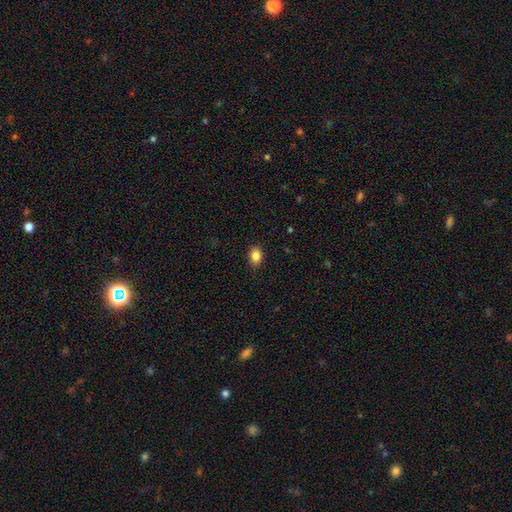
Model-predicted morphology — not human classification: The model was most divided on "how rounded": in between: 74%, round: 25%, cigar-shaped: 1%. More confident: merging — none (86%); smooth or featured — smooth (86%).